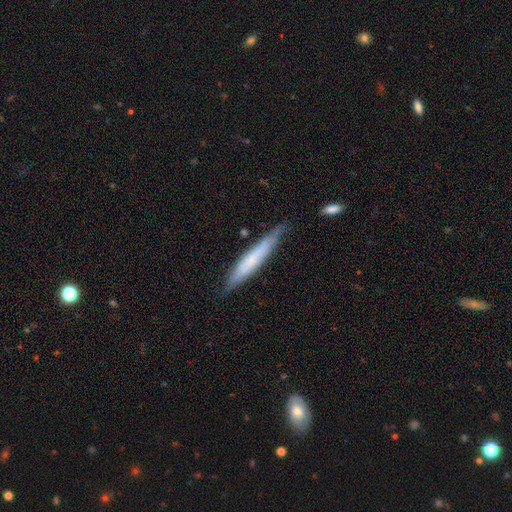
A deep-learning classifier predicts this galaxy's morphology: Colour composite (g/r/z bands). It shows a smooth galaxy with no disk features (56%) that is cigar-shaped (94%). Merging: none (78%).